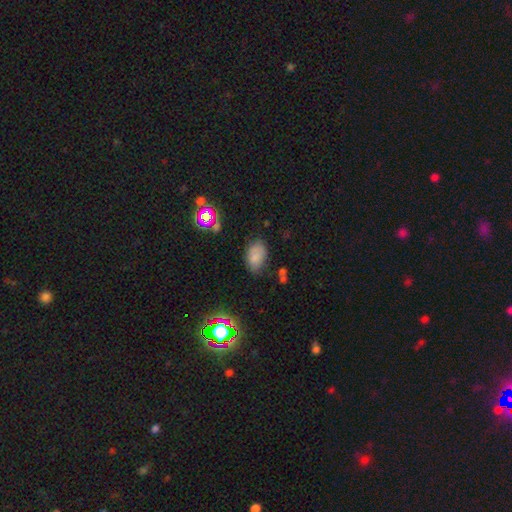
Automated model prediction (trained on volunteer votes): Smooth or featured? smooth (78%)
How rounded? in between (90%)
Merging? none (69%)